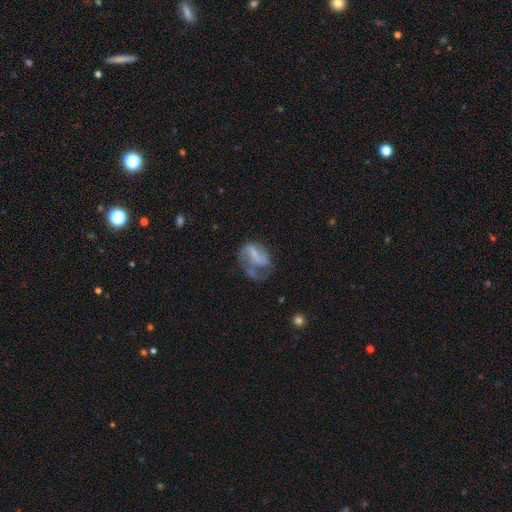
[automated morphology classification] This appears to be a featured or disk galaxy (62%) with a weak bar (40%), spiral arms (67%) and a small central bulge (45%). Merging: major disturbance (43%).